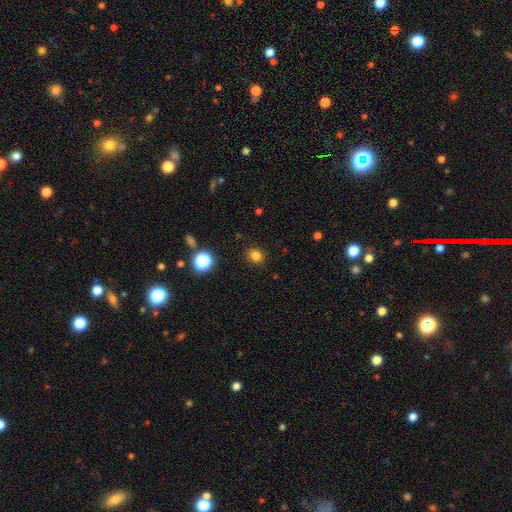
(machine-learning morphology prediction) Overall: smooth (81%). How rounded: round (77%). Merging: none (89%).